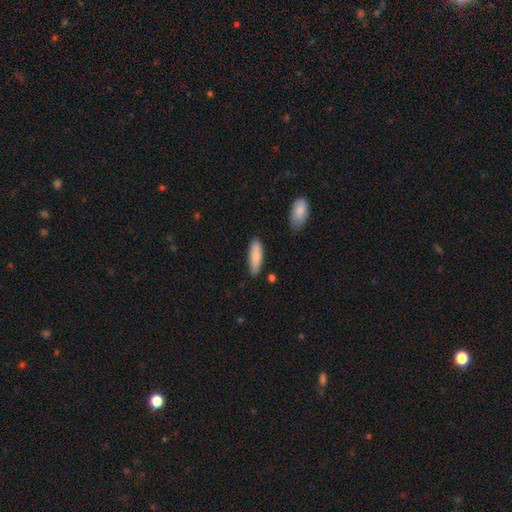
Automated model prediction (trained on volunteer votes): Overall: smooth (85%). How rounded: cigar-shaped (53%; in between 45%). Merging: none (82%).